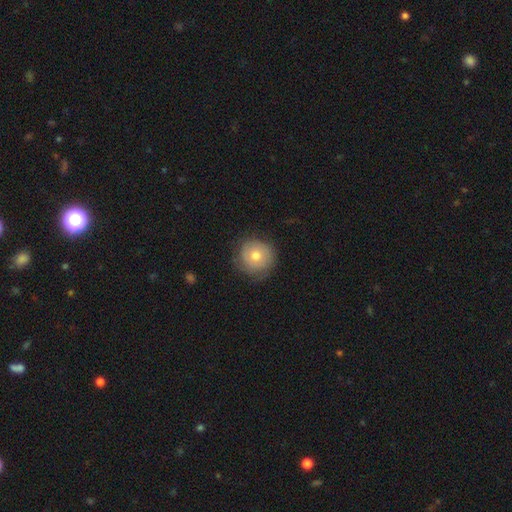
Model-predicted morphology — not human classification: A smooth galaxy with no disk features (65%) that is round (92%).

Vote fractions:
- Smooth or featured? smooth: 65% / featured or disk: 26% / star or artifact: 9%
- How rounded? round: 92% / in between: 7% / cigar-shaped: 1%
- Merging? none: 76% / minor disturbance: 18% / major disturbance: 5% / merger: 1%